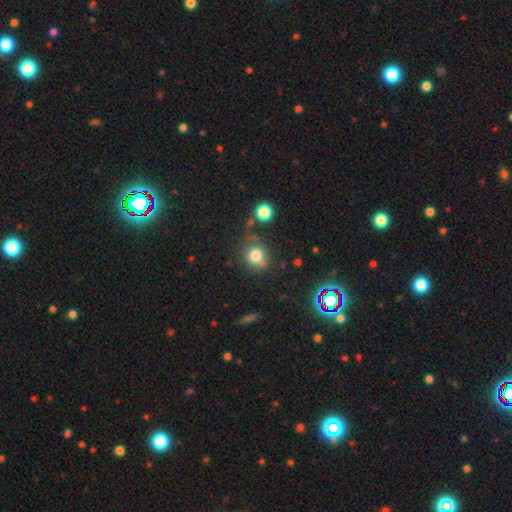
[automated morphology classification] A smooth galaxy with no disk features (78%) that is round (80%).

Vote fractions:
- Smooth or featured? smooth: 78% / star or artifact: 14% / featured or disk: 8%
- How rounded? round: 80% / in between: 19% / cigar-shaped: 1%
- Merging? none: 63% / minor disturbance: 18% / merger: 12% / major disturbance: 7%